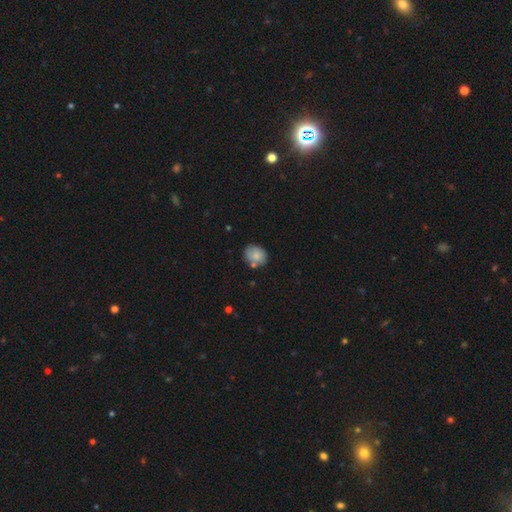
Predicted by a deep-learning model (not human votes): A smooth galaxy with no disk features (77%) that is round (59%).

Vote fractions:
- Smooth or featured? smooth: 77% / featured or disk: 15% / star or artifact: 8%
- How rounded? round: 59% / in between: 40% / cigar-shaped: 1%
- Merging? none: 68% / minor disturbance: 19% / merger: 9% / major disturbance: 4%